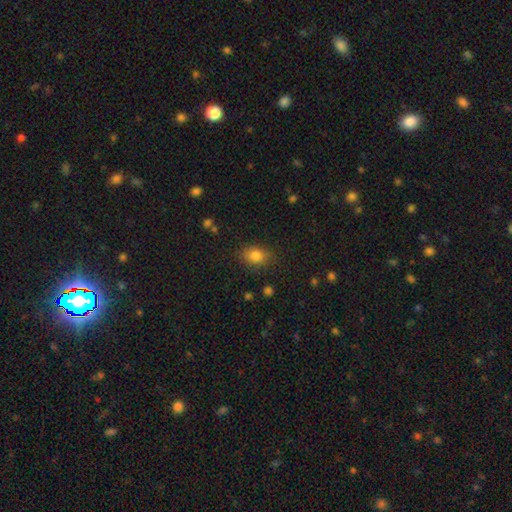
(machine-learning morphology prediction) smooth-or-featured: smooth: 82% | star or artifact: 10% | featured or disk: 7%
  how-rounded: in between: 64% | round: 34% | cigar-shaped: 1%
  merging: none: 81% | minor disturbance: 14% | major disturbance: 4% | merger: 1%